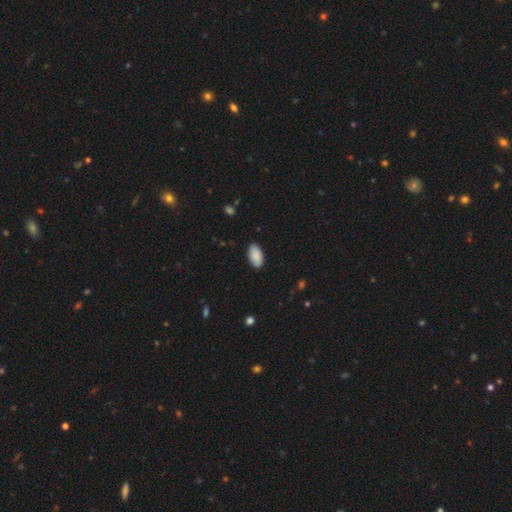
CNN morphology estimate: Q: Smooth or featured?
A: smooth (90%); runner-up: star or artifact (6%)
Q: How rounded?
A: in between (96%); runner-up: round (2%)
Q: Merging?
A: none (88%); runner-up: minor disturbance (9%)